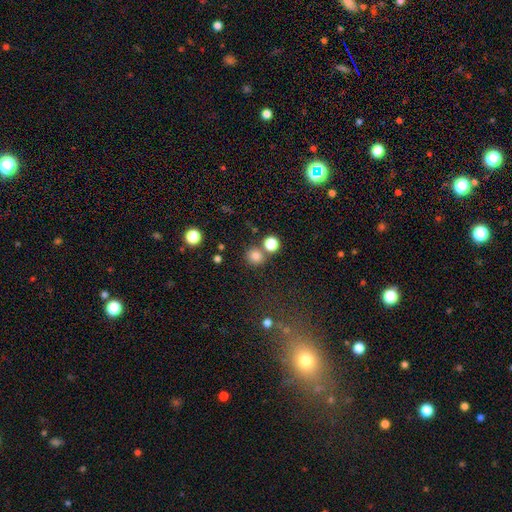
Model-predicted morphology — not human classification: Smooth or featured?
  - smooth: 80% *
  - star or artifact: 14%
  - featured or disk: 6%
How rounded?
  - round: 88% *
  - in between: 11%
  - cigar-shaped: 1%
Merging?
  - none: 71% *
  - merger: 18%
  - minor disturbance: 8%
  - major disturbance: 3%